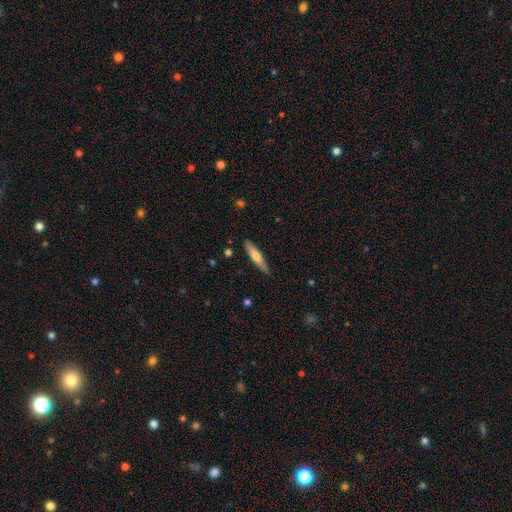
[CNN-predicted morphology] Q: Smooth or featured?
A: smooth (50%); runner-up: featured or disk (44%)
Q: Merging?
A: none (86%); runner-up: minor disturbance (11%)